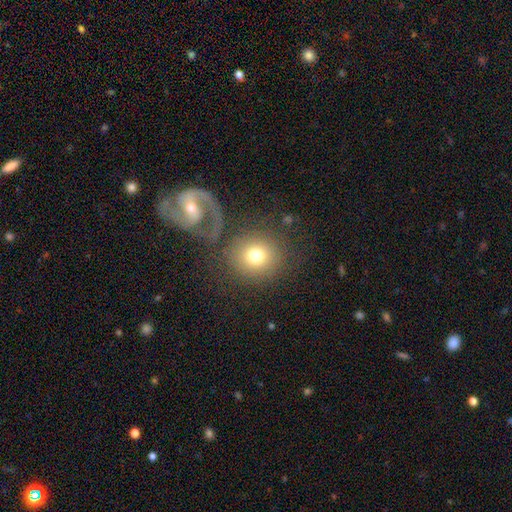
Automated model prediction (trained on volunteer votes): The model was most divided on "smooth or featured": smooth: 71%, featured or disk: 18%, star or artifact: 11%. More confident: how rounded — round (84%); merging — none (70%).